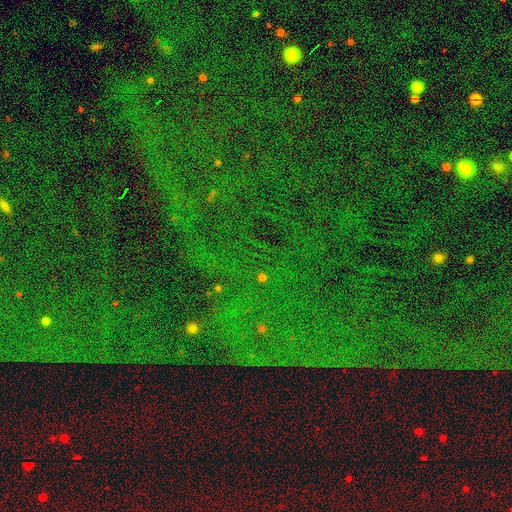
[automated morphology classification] Smooth or featured? Predicted: star or artifact (p=0.83).